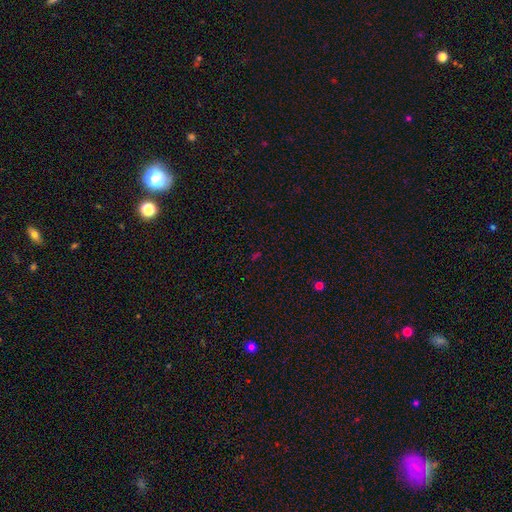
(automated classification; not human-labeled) Smooth or featured? star or artifact (64%)